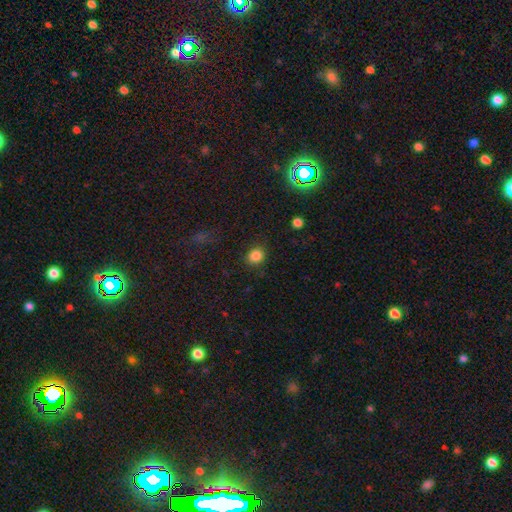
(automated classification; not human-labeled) smooth_or_featured: smooth (p=0.84) [alt: star or artifact p=0.11]
how_rounded: round (p=0.78) [alt: in between p=0.22]
merging: none (p=0.87) [alt: minor disturbance p=0.09]